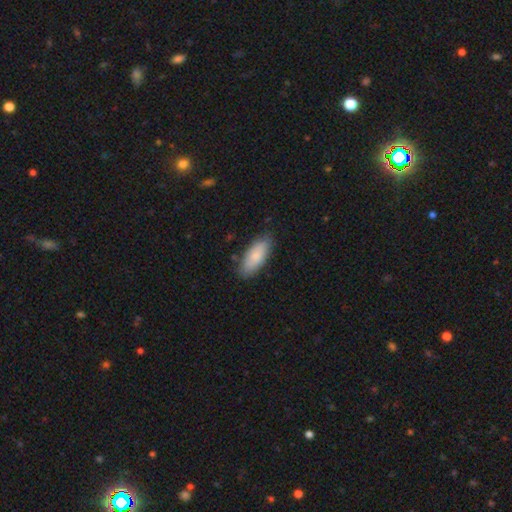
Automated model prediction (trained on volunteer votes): smooth 82%, featured or disk 13%, star or artifact 5%. Down the decision tree: how rounded — in between (80%); merging — none (81%).